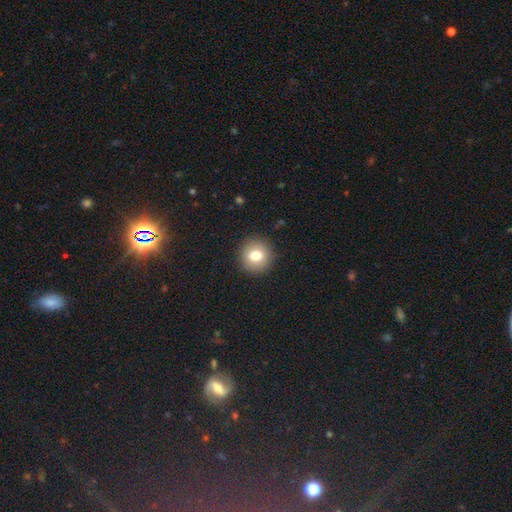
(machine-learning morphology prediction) A smooth galaxy with no disk features (77%) that is round (91%). Merging: none (91%).